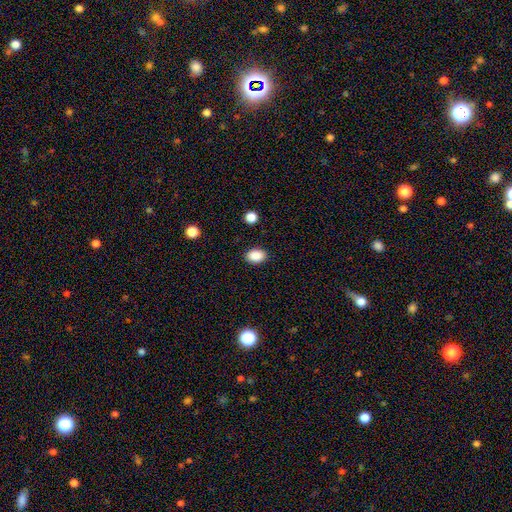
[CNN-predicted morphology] type=smooth (89%); roundness=in between (81%); merging=none (89%).